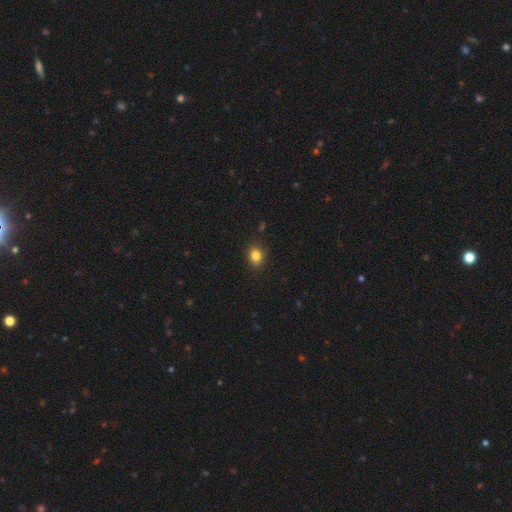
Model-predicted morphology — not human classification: The model was most divided on "how rounded": in between: 51%, round: 48%, cigar-shaped: 1%. More confident: merging — none (84%); smooth or featured — smooth (83%).